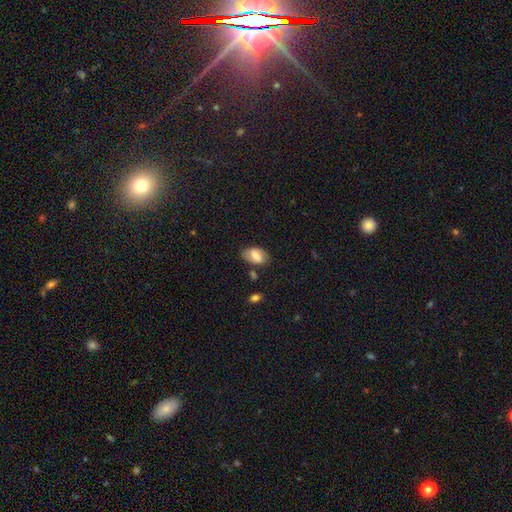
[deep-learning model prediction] Overall: smooth (63%; featured or disk 29%). How rounded: in between (90%). Merging: none (70%).